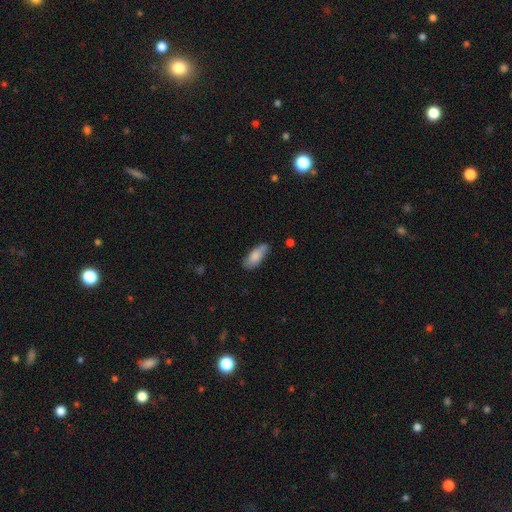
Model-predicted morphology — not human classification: Q: Smooth or featured?
A: smooth (79%); runner-up: featured or disk (15%)
Q: How rounded?
A: in between (78%); runner-up: cigar-shaped (19%)
Q: Merging?
A: none (70%); runner-up: minor disturbance (23%)